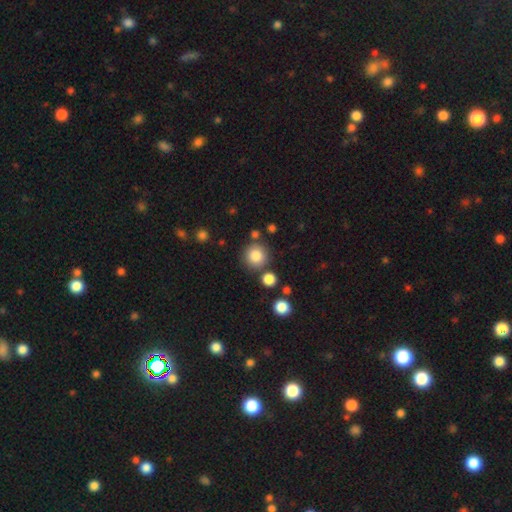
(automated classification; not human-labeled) A smooth galaxy with no disk features (83%) that is round (92%). Merging: none (81%).